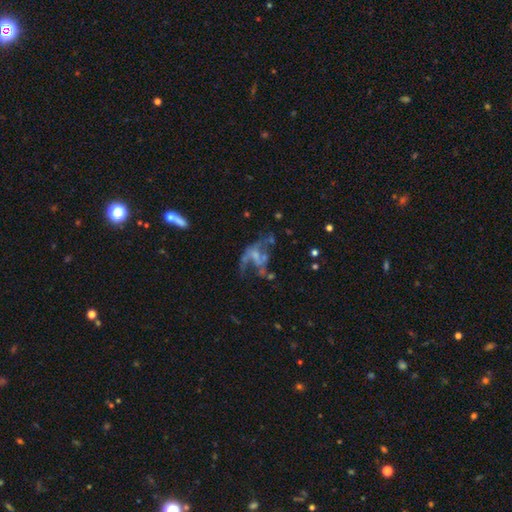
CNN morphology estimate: type=featured or disk (65%); edge-on=no (97%); bar=no (68%); spiral arms=no (62%); bulge=none (44%); merging=major disturbance (44%).